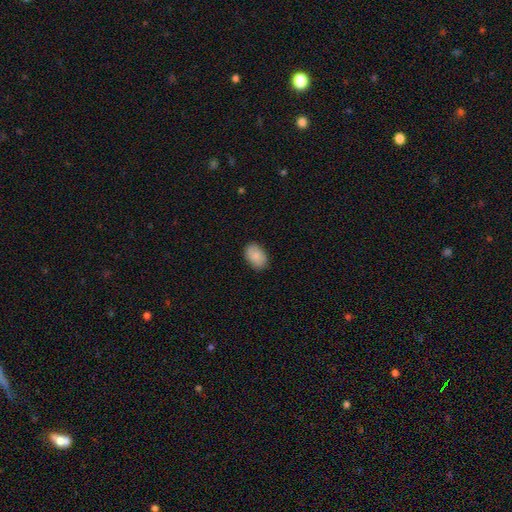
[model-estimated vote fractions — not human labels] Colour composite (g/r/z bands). It shows a smooth galaxy with no disk features (87%) that is in between round and cigar-shaped (87%). Merging: none (87%).